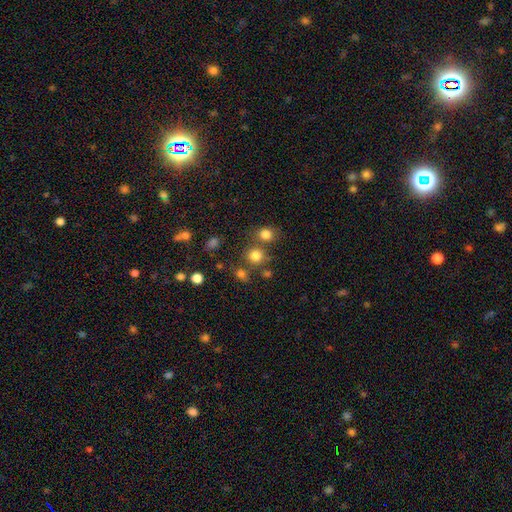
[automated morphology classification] Smooth or featured?
  - smooth: 78% *
  - star or artifact: 15%
  - featured or disk: 7%
How rounded?
  - round: 86% *
  - in between: 13%
  - cigar-shaped: 1%
Merging?
  - none: 66% *
  - merger: 21%
  - minor disturbance: 9%
  - major disturbance: 4%